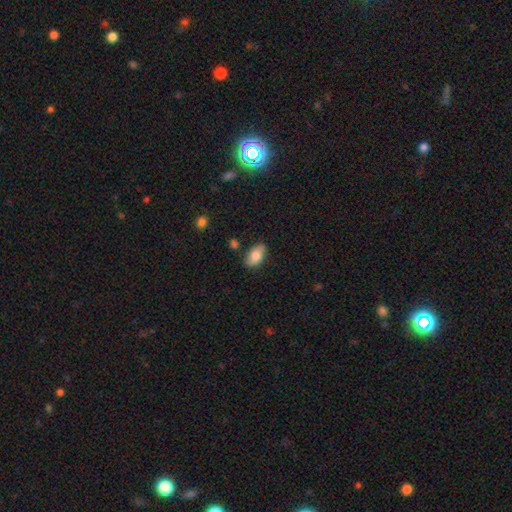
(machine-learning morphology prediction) Smooth or featured? Predicted: smooth (p=0.77). How rounded? Predicted: in between (p=0.92). Merging? Predicted: none (p=0.78).